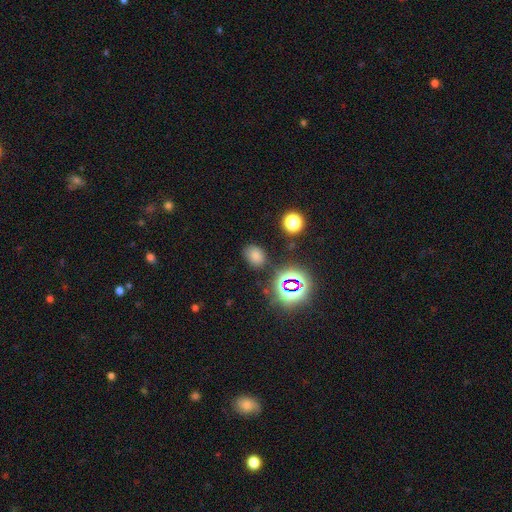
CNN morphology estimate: Overall: smooth (69%). How rounded: in between (63%; round 36%). Merging: none (79%).